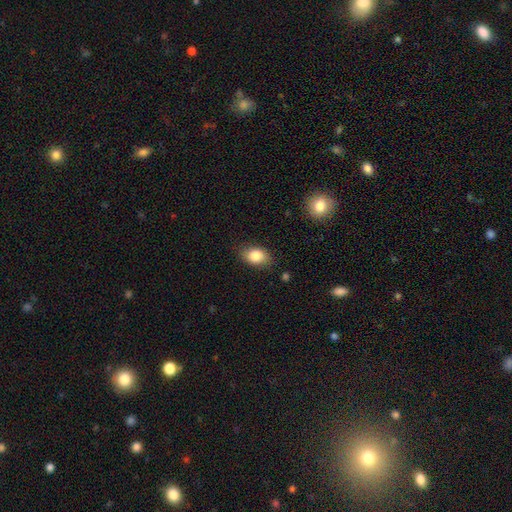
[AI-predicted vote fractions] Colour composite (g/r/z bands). It shows a smooth galaxy with no disk features (84%) that is in between round and cigar-shaped (81%). Merging: none (83%).